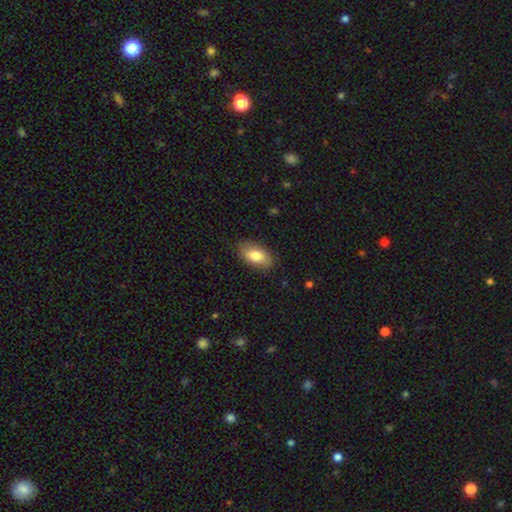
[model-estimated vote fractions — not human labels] This is likely a smooth galaxy (79%). How rounded: clearly in between (92%). Merging: likely none (79%).